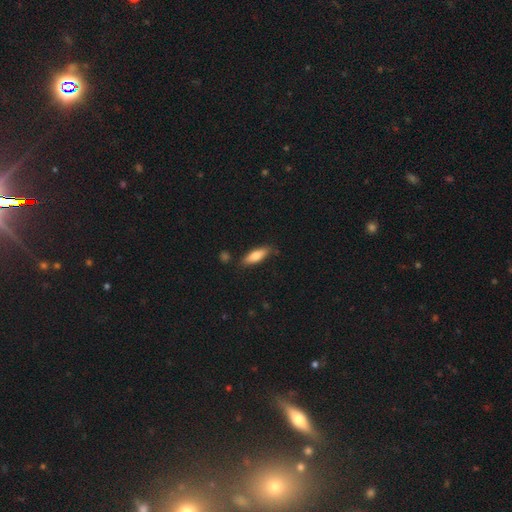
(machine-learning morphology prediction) smooth_or_featured: smooth (p=0.75) [alt: featured or disk p=0.19]
how_rounded: in between (p=0.53) [alt: cigar-shaped p=0.45]
merging: none (p=0.81) [alt: minor disturbance p=0.14]